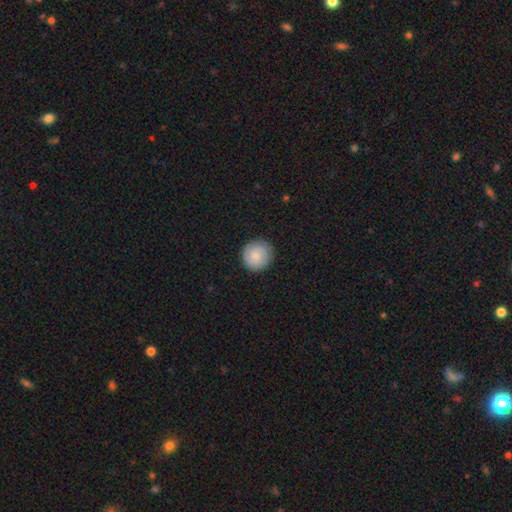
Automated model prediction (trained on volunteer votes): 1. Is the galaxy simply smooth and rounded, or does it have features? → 78% smooth, 15% featured or disk, 7% star or artifact.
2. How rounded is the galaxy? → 91% round, 8% in between, 1% cigar-shaped.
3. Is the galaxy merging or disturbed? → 86% none, 11% minor disturbance, 2% major disturbance, 1% merger.